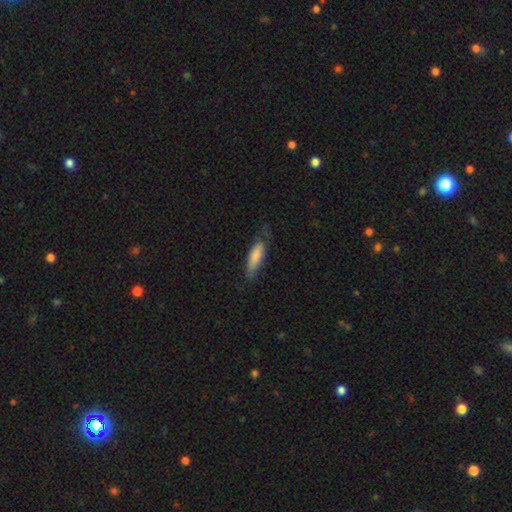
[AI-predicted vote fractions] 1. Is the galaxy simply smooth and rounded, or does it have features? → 78% smooth, 16% featured or disk, 6% star or artifact.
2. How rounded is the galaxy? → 50% in between, 49% cigar-shaped, 2% round.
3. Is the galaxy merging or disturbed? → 58% none, 30% minor disturbance, 11% major disturbance, 2% merger.